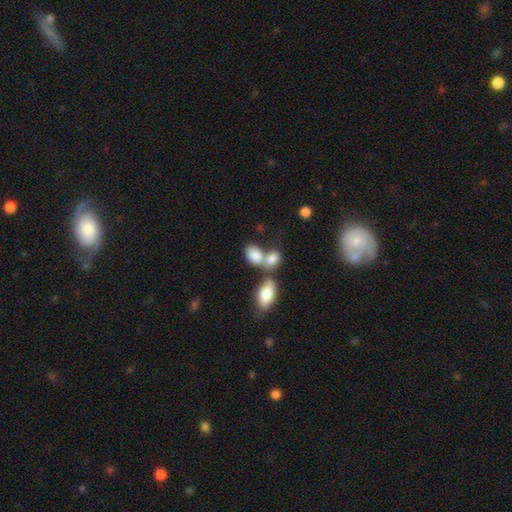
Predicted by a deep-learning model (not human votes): Smooth or featured? smooth (82%)
How rounded? in between (86%)
Merging? merger (55%)